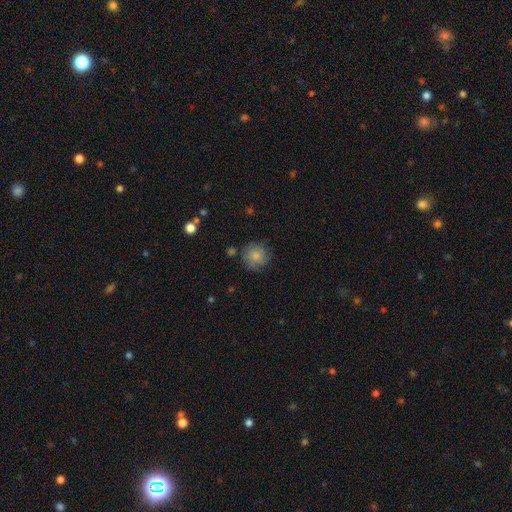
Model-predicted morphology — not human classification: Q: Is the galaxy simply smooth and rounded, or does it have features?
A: smooth — 78%.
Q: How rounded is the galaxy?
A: round — 90%.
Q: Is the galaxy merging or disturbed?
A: none — 73%.